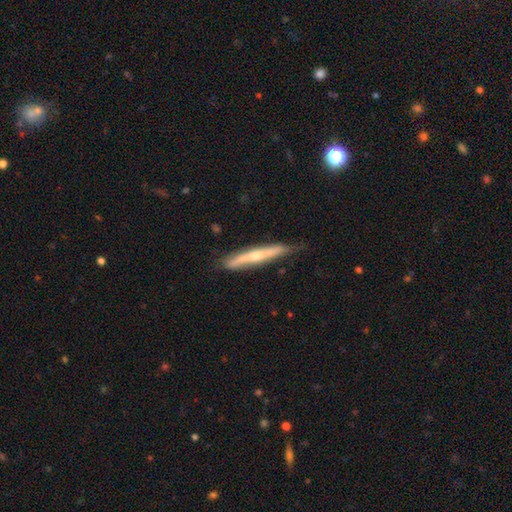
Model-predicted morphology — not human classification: The model was most divided on "smooth or featured": featured or disk: 59%, smooth: 36%, star or artifact: 5%. More confident: edge-on disk — yes (89%); edge-on bulge — rounded (76%); merging — none (73%).